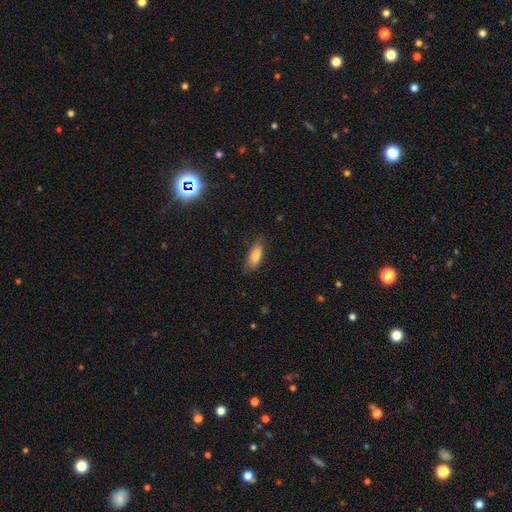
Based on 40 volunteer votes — Q: Smooth or featured?
A: smooth (80%); runner-up: featured or disk (10%)
Q: How rounded?
A: in between (72%); runner-up: cigar-shaped (28%)
Q: Merging?
A: none (56%); runner-up: minor disturbance (31%)